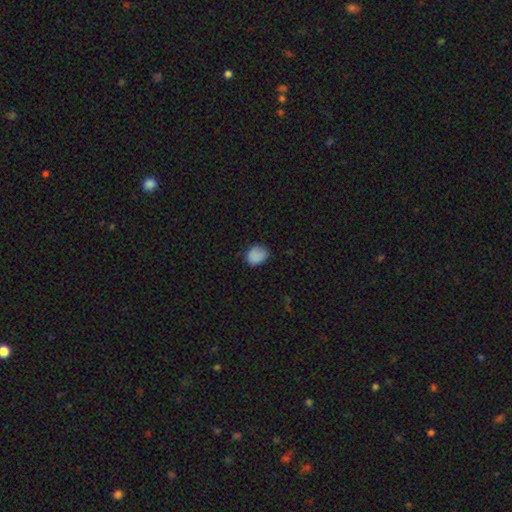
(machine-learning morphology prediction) Smooth or featured? Predicted: smooth (p=0.85). How rounded? Predicted: in between (p=0.50). Merging? Predicted: none (p=0.70).